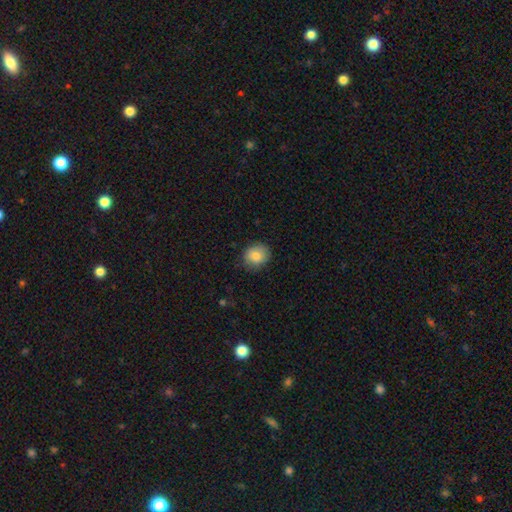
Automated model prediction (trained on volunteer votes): Smooth or featured: smooth — 85% (star or artifact — 8%)
How rounded: round — 78% (in between — 21%)
Merging: none — 82% (minor disturbance — 14%)